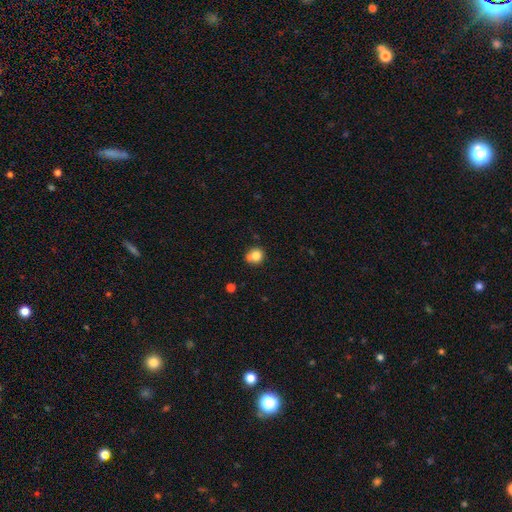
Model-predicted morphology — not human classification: This is likely a smooth galaxy (80%). How rounded: clearly round (86%). Merging: likely none (64%).